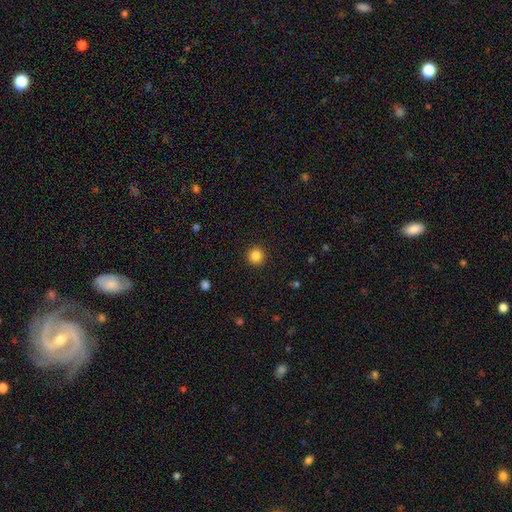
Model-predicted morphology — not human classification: A smooth galaxy with no disk features (85%) that is round (96%).

Vote fractions:
- Smooth or featured? smooth: 85% / star or artifact: 11% / featured or disk: 4%
- How rounded? round: 96% / in between: 4% / cigar-shaped: 1%
- Merging? none: 92% / minor disturbance: 5% / major disturbance: 2% / merger: 1%